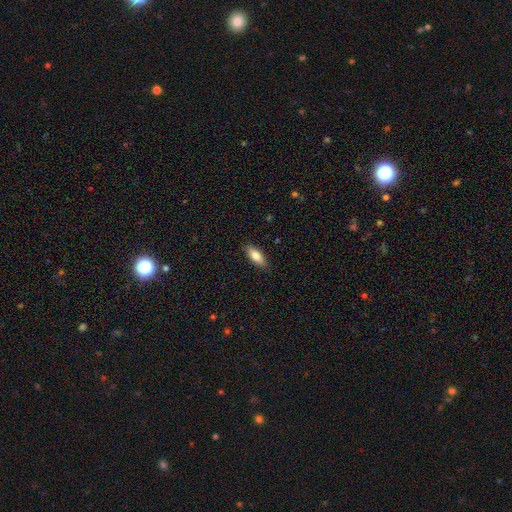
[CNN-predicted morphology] A smooth galaxy with no disk features (80%) that is in between round and cigar-shaped (69%). Merging: none (87%).